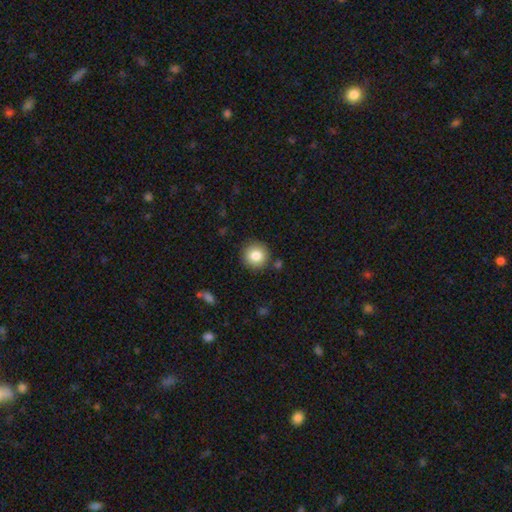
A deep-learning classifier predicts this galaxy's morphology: This is clearly a smooth galaxy (84%). How rounded: clearly round (94%). Merging: clearly none (87%).